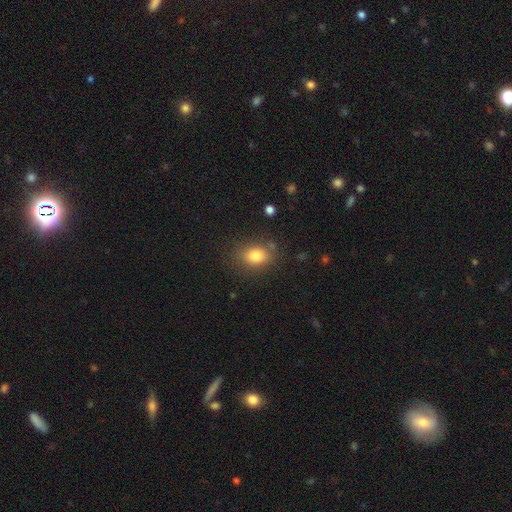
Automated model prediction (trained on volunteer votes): A smooth galaxy with no disk features (81%) that is in between round and cigar-shaped (67%).

Vote fractions:
- Smooth or featured? smooth: 81% / star or artifact: 10% / featured or disk: 8%
- How rounded? in between: 67% / round: 31% / cigar-shaped: 1%
- Merging? none: 77% / minor disturbance: 14% / major disturbance: 5% / merger: 4%